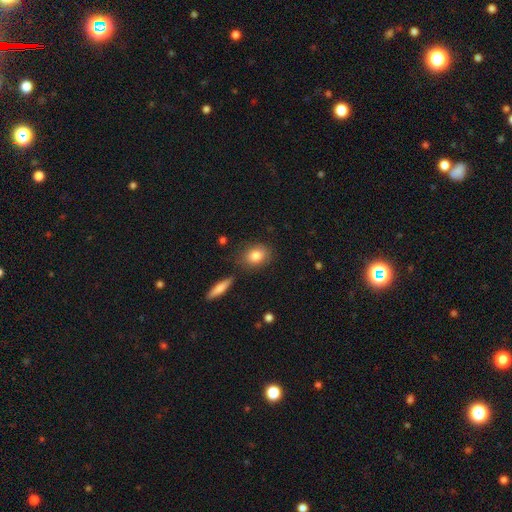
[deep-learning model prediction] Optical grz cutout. It shows a smooth galaxy with no disk features (83%) that is in between round and cigar-shaped (57%). Merging: none (80%).